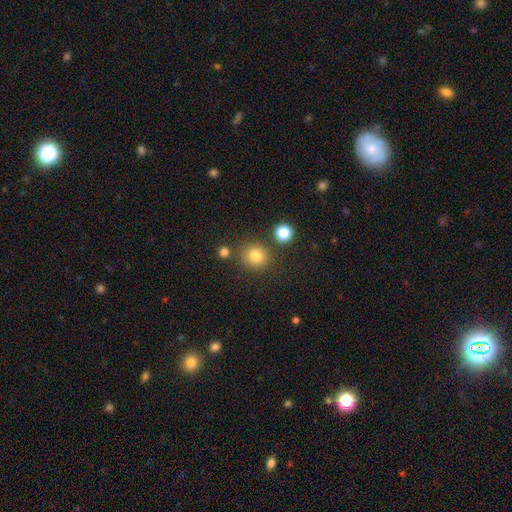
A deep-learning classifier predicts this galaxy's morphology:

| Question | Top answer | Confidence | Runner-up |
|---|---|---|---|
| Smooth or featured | smooth | 81% | star or artifact (13%) |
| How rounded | round | 86% | in between (13%) |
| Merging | none | 80% | minor disturbance (9%) |